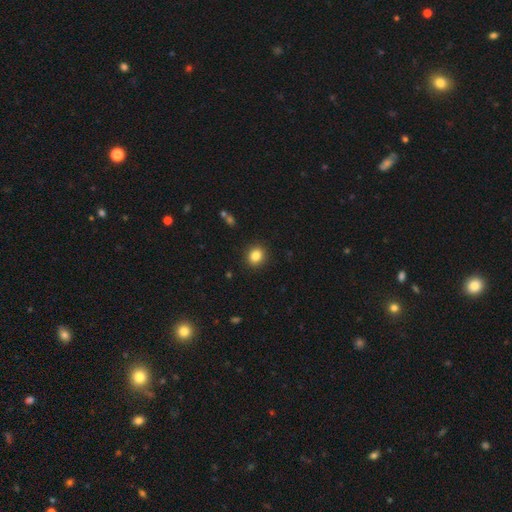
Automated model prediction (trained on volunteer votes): A smooth galaxy with no disk features (84%) that is round (74%).

Vote fractions:
- Smooth or featured? smooth: 84% / star or artifact: 10% / featured or disk: 6%
- How rounded? round: 74% / in between: 25% / cigar-shaped: 1%
- Merging? none: 91% / minor disturbance: 6% / major disturbance: 2% / merger: 1%